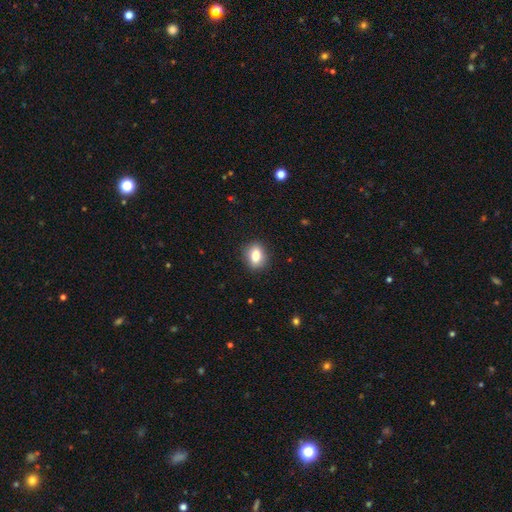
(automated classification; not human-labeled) Q: Smooth or featured?
A: smooth (80%); runner-up: featured or disk (11%)
Q: How rounded?
A: in between (62%); runner-up: round (36%)
Q: Merging?
A: none (89%); runner-up: minor disturbance (8%)